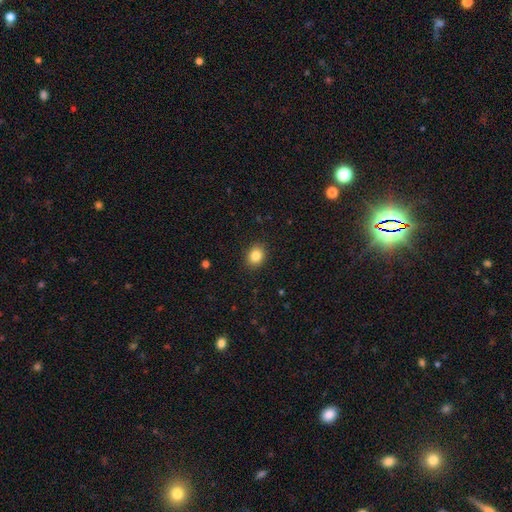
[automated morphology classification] smooth-or-featured: smooth: 85% | star or artifact: 10% | featured or disk: 5%
  how-rounded: round: 54% | in between: 45% | cigar-shaped: 1%
  merging: none: 90% | minor disturbance: 7% | major disturbance: 2% | merger: 1%